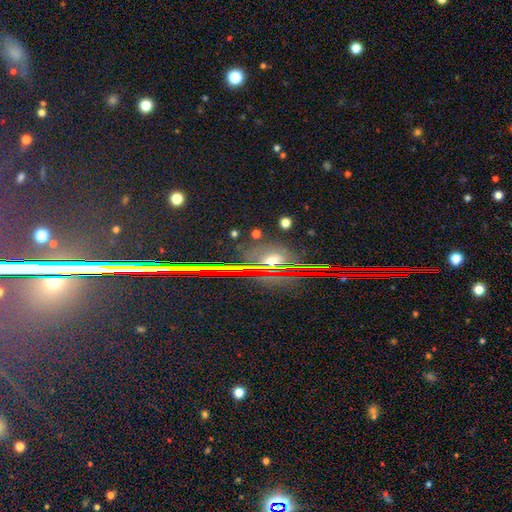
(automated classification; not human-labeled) This is likely a star or artifact rather than a galaxy (72%).